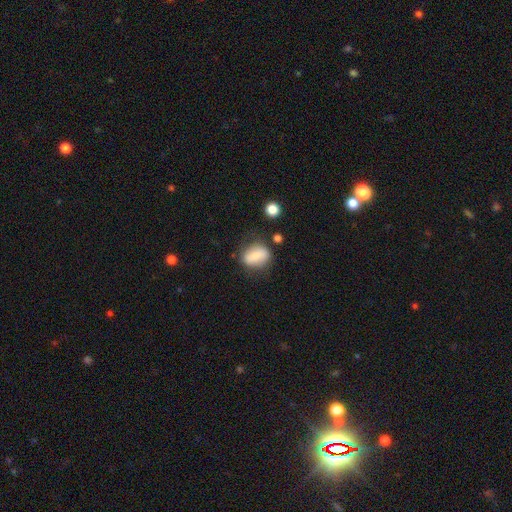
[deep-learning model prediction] smooth_or_featured: smooth (p=0.71) [alt: featured or disk p=0.21]
how_rounded: in between (p=0.66) [alt: round p=0.32]
merging: none (p=0.66) [alt: minor disturbance p=0.22]